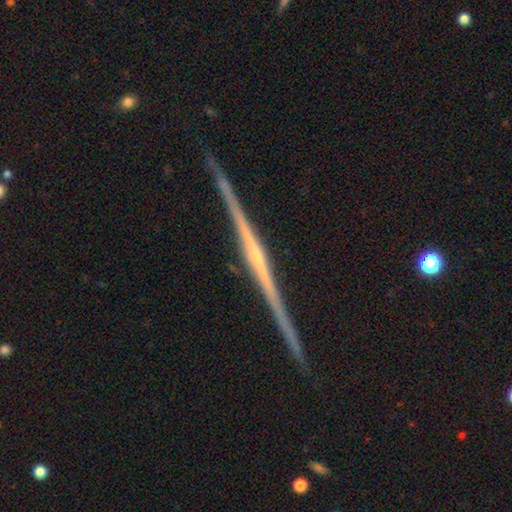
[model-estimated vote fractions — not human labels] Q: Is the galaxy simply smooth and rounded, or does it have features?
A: featured or disk — 87%.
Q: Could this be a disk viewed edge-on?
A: yes — 99%.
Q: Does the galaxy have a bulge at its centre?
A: rounded — 53%.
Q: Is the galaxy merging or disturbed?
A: none — 90%.